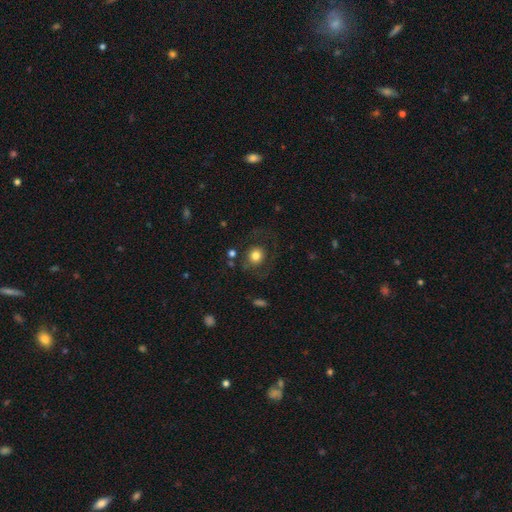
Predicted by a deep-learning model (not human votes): Smooth or featured?
  - smooth: 74% *
  - featured or disk: 16%
  - star or artifact: 10%
How rounded?
  - round: 83% *
  - in between: 16%
  - cigar-shaped: 1%
Merging?
  - none: 66% *
  - major disturbance: 17%
  - minor disturbance: 15%
  - merger: 3%